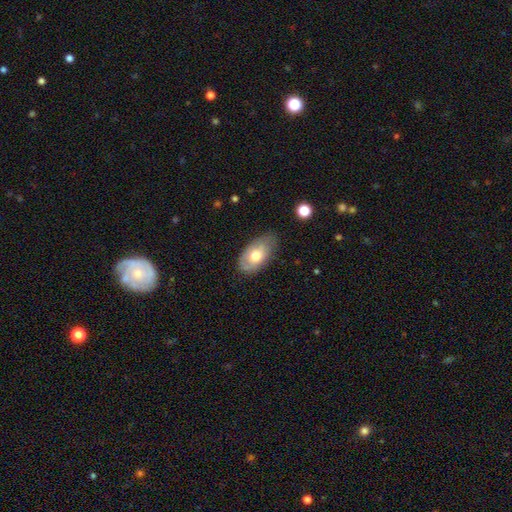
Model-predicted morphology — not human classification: Smooth or featured?
  - smooth: 61% *
  - featured or disk: 33%
  - star or artifact: 6%
How rounded?
  - in between: 93% *
  - round: 5%
  - cigar-shaped: 2%
Merging?
  - none: 68% *
  - minor disturbance: 25%
  - major disturbance: 5%
  - merger: 1%